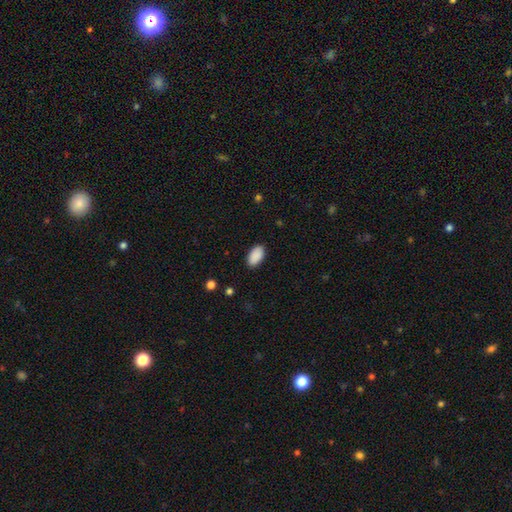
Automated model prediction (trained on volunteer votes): Smooth or featured: smooth — 91% (star or artifact — 7%)
How rounded: in between — 95% (round — 4%)
Merging: none — 88% (minor disturbance — 9%)